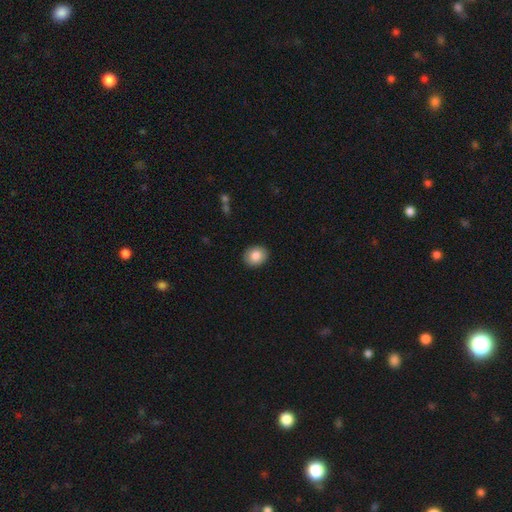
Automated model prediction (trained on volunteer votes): This appears to be a smooth galaxy with no disk features (84%) that is round (57%). Merging: none (91%).